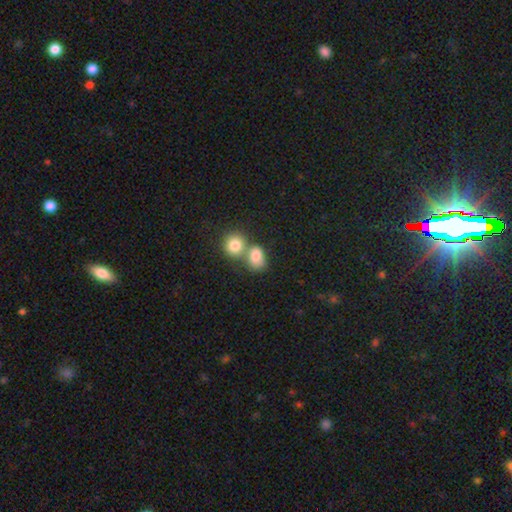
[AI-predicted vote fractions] A smooth galaxy with no disk features (82%) that is in between round and cigar-shaped (56%).

Vote fractions:
- Smooth or featured? smooth: 82% / featured or disk: 9% / star or artifact: 9%
- How rounded? in between: 56% / round: 43% / cigar-shaped: 1%
- Merging? merger: 55% / none: 32% / minor disturbance: 9% / major disturbance: 4%